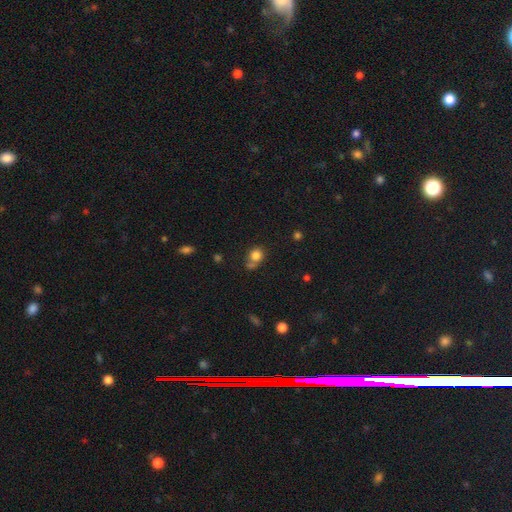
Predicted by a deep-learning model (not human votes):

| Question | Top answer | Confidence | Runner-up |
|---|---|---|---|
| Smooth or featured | smooth | 81% | star or artifact (11%) |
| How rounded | round | 75% | in between (24%) |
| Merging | none | 53% | merger (25%) |